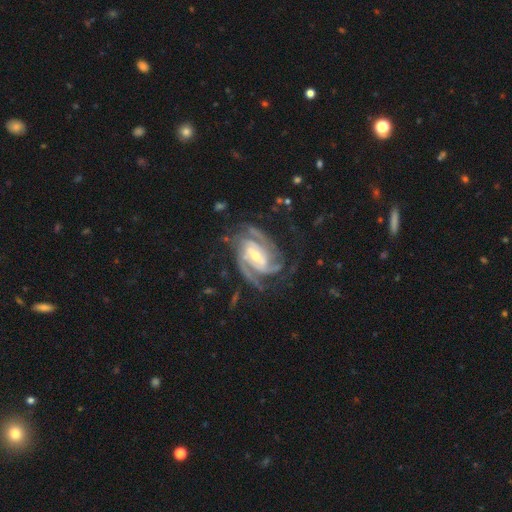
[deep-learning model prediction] A featured or disk galaxy (93%) with a strong bar (46%), 3 (40%) tight (52%) spiral arms (98%) and a moderate central bulge (48%). Merging: none (67%).